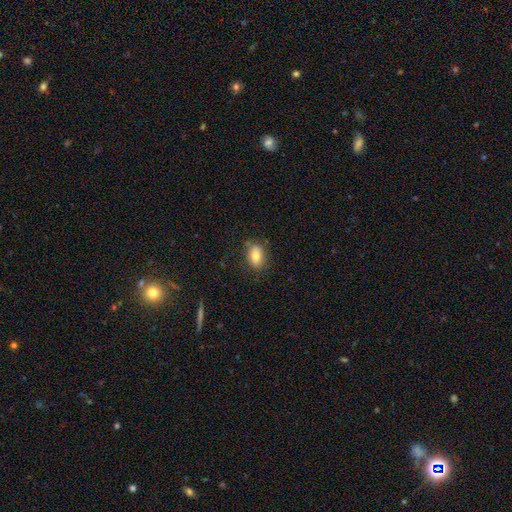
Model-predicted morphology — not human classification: smooth_or_featured: smooth (p=0.82) [alt: featured or disk p=0.09]
how_rounded: in between (p=0.81) [alt: round p=0.17]
merging: none (p=0.79) [alt: minor disturbance p=0.16]